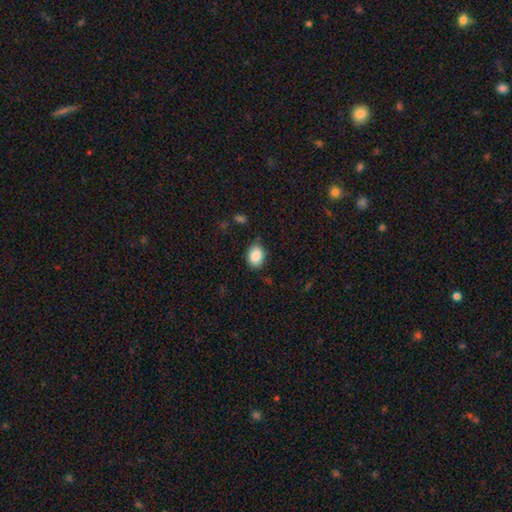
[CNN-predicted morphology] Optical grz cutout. It shows a smooth galaxy with no disk features (87%) that is in between round and cigar-shaped (73%). Merging: none (76%).